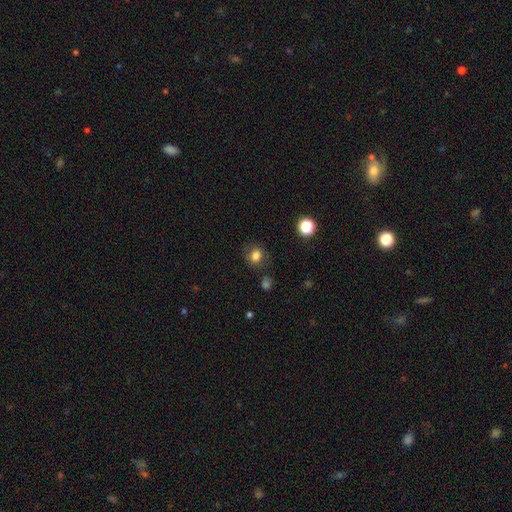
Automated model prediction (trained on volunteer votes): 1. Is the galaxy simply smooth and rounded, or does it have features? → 80% smooth, 12% star or artifact, 8% featured or disk.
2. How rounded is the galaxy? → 69% round, 30% in between, 1% cigar-shaped.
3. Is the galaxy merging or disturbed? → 77% none, 15% minor disturbance, 6% major disturbance, 3% merger.